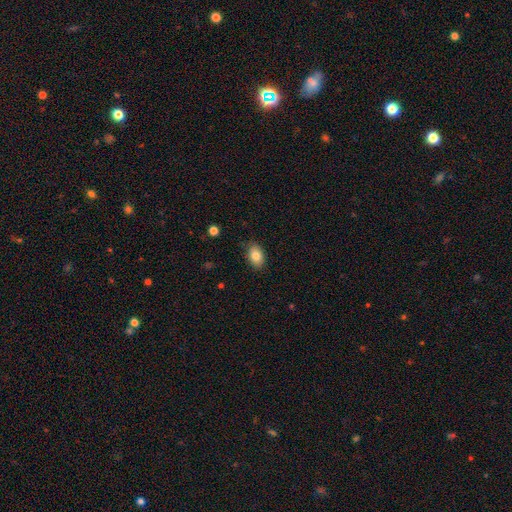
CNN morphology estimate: smooth 83%, featured or disk 9%, star or artifact 8%. Down the decision tree: how rounded — in between (87%); merging — none (86%).